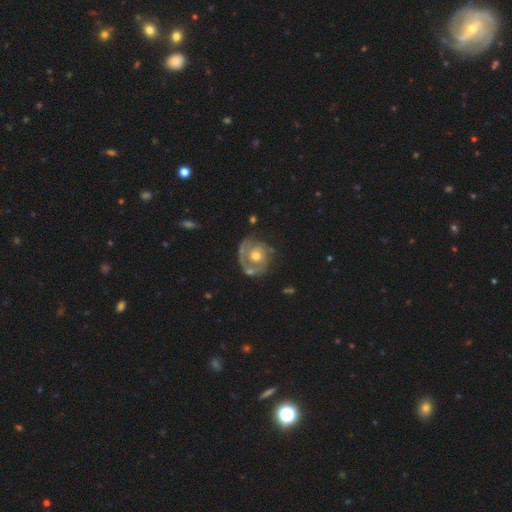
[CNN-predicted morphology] This is likely a featured or disk galaxy (79%). It is clearly not viewed edge-on (98%). Bar: clearly no (82%). Spiral arm pattern: clearly yes (84%). Spiral arm count: marginally 1 (44%). Spiral winding: likely tight (62%). Central bulge: likely moderate (70%). Merging: likely none (61%).